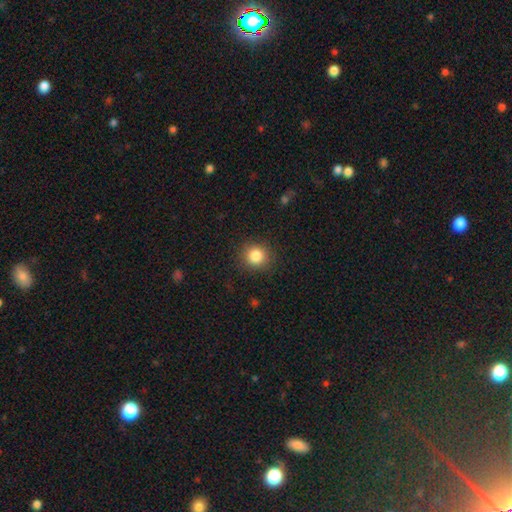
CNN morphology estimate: smooth 85%, star or artifact 10%, featured or disk 5%. Down the decision tree: how rounded — round (91%); merging — none (89%).